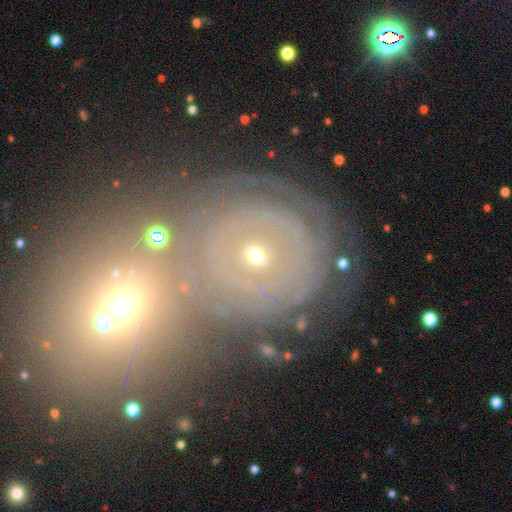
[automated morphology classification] A featured or disk galaxy (66%) with no bar (80%), spiral arms (62%) and a small central bulge (67%). Merging: none (51%).